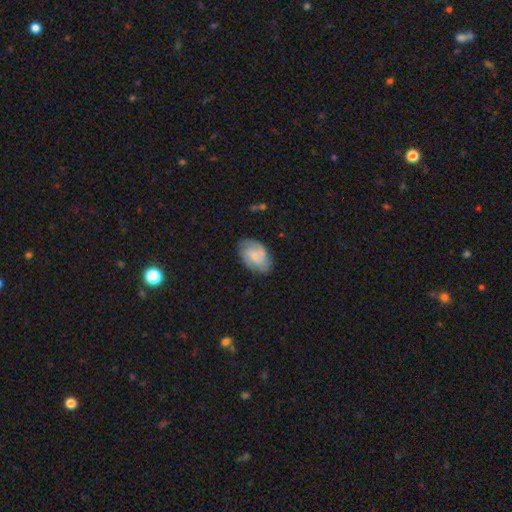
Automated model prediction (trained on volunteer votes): Smooth or featured? smooth (47%)
Merging? none (72%)